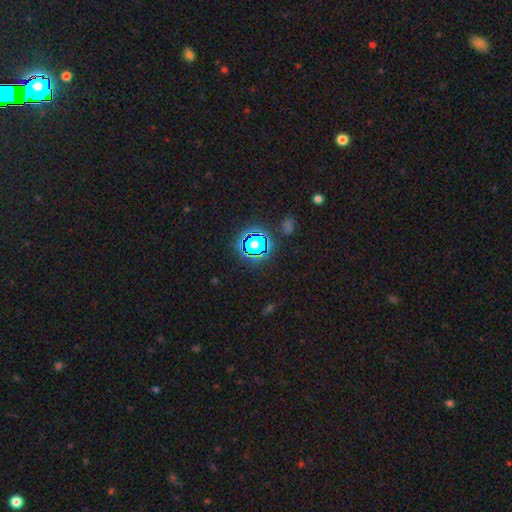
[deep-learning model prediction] Smooth or featured: star or artifact — 78% (smooth — 15%)